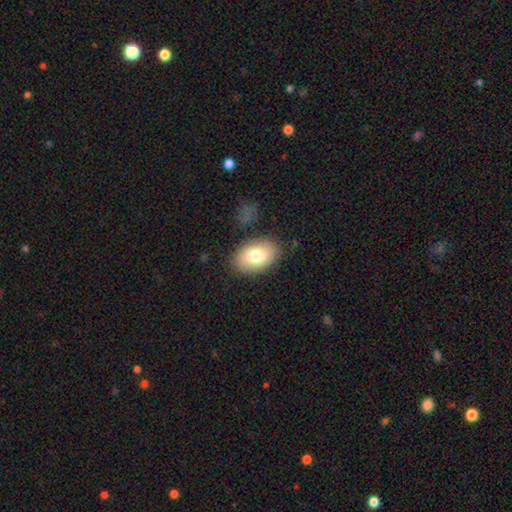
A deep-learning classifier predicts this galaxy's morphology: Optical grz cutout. It shows a smooth galaxy with no disk features (78%) that is in between round and cigar-shaped (89%). Merging: none (83%).